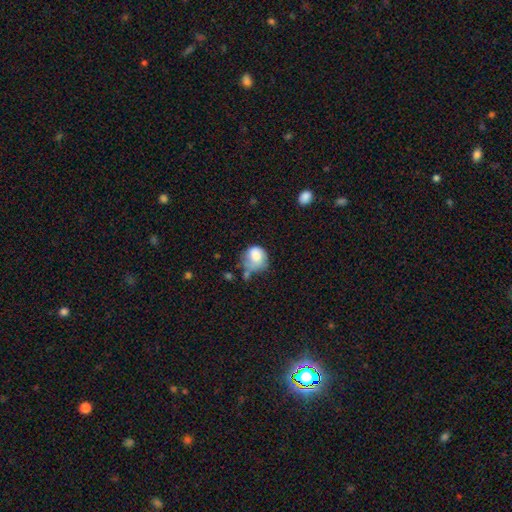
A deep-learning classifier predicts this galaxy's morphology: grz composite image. It shows a smooth galaxy with no disk features (77%) that is round (73%). Merging: minor disturbance (34%).